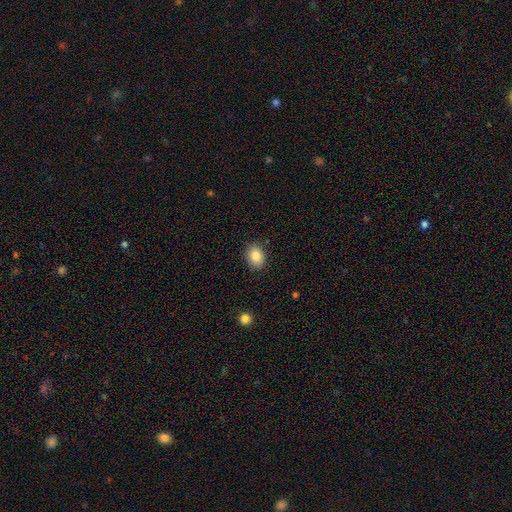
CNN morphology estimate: Q: Smooth or featured?
A: smooth (86%); runner-up: star or artifact (9%)
Q: How rounded?
A: in between (59%); runner-up: round (40%)
Q: Merging?
A: none (87%); runner-up: minor disturbance (10%)